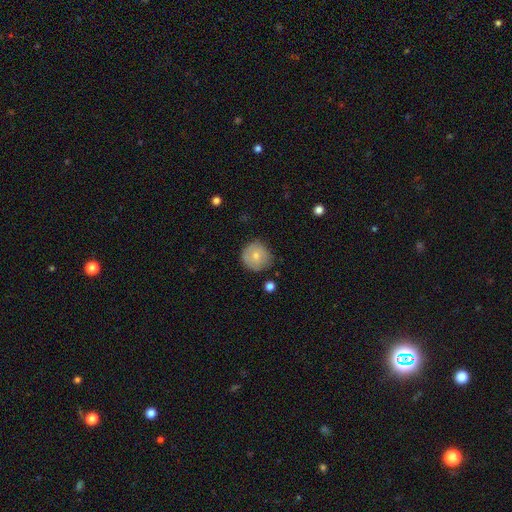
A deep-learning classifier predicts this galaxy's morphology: smooth_or_featured: smooth (p=0.73) [alt: featured or disk p=0.20]
how_rounded: round (p=0.93) [alt: in between p=0.06]
merging: none (p=0.75) [alt: minor disturbance p=0.19]